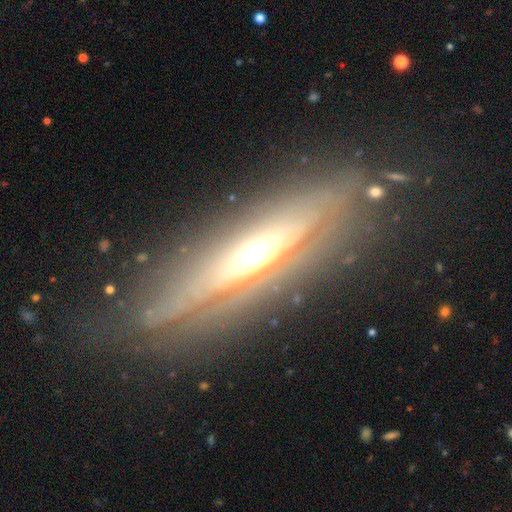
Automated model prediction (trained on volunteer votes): smooth-or-featured: featured or disk: 78% | smooth: 15% | star or artifact: 7%
  disk-edge-on: yes: 56% | no: 44%
  merging: none: 75% | minor disturbance: 15% | major disturbance: 8% | merger: 2%